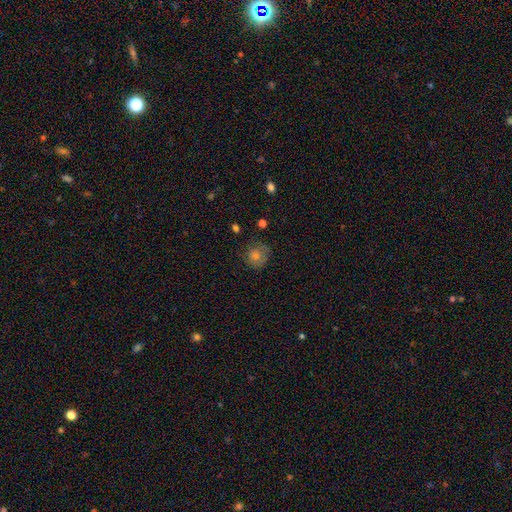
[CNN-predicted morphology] smooth_or_featured: smooth (p=0.63) [alt: featured or disk p=0.21]
how_rounded: round (p=0.87) [alt: in between p=0.12]
merging: none (p=0.73) [alt: minor disturbance p=0.18]